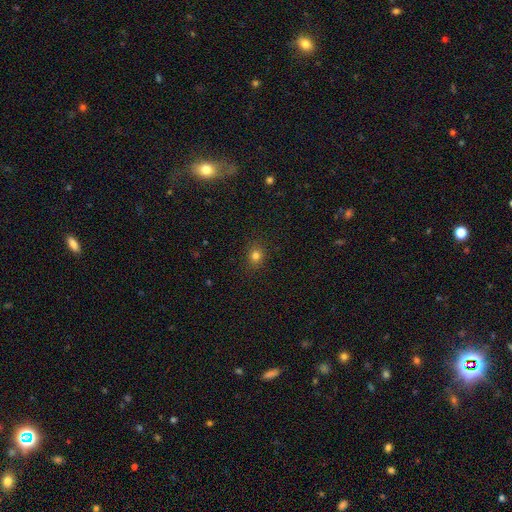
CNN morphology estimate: The model was most divided on "how rounded": round: 72%, in between: 27%, cigar-shaped: 1%. More confident: merging — none (89%); smooth or featured — smooth (80%).